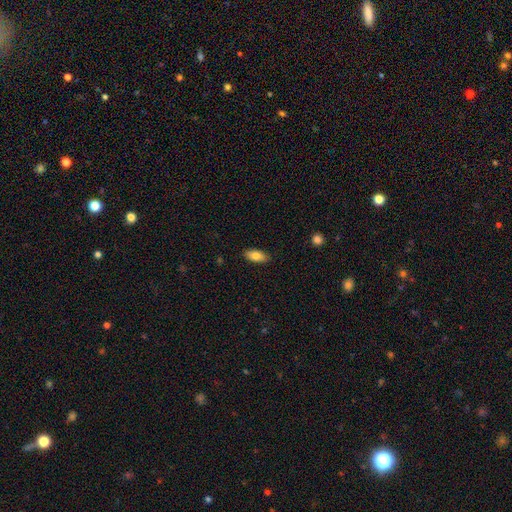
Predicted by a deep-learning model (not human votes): Smooth or featured? smooth (82%)
How rounded? in between (87%)
Merging? none (87%)